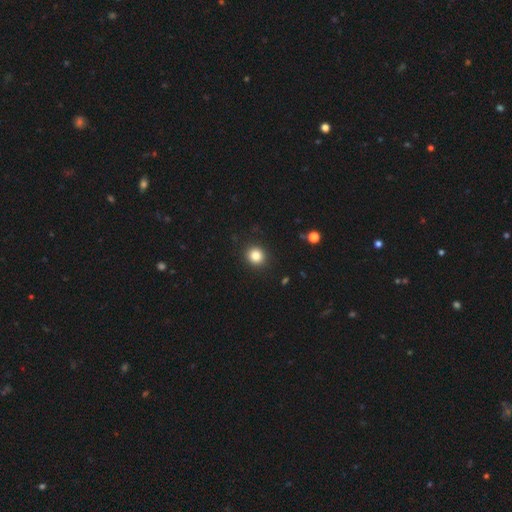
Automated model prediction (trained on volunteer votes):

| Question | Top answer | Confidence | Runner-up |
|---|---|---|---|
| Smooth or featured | smooth | 84% | star or artifact (11%) |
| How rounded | round | 86% | in between (13%) |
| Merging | none | 91% | minor disturbance (6%) |